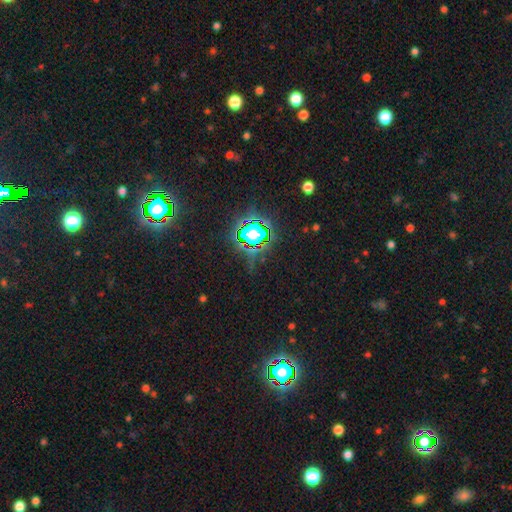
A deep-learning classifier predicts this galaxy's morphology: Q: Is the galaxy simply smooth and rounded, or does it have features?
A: star or artifact — 83%.